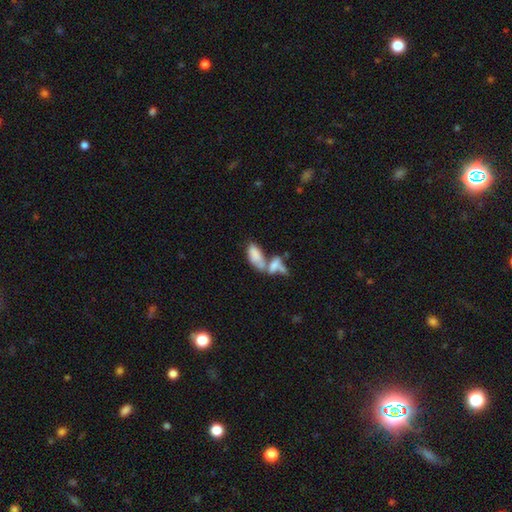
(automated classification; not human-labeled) smooth-or-featured: smooth: 73% | featured or disk: 19% | star or artifact: 8%
  how-rounded: in between: 87% | cigar-shaped: 10% | round: 3%
  merging: merger: 67% | none: 17% | minor disturbance: 8% | major disturbance: 7%